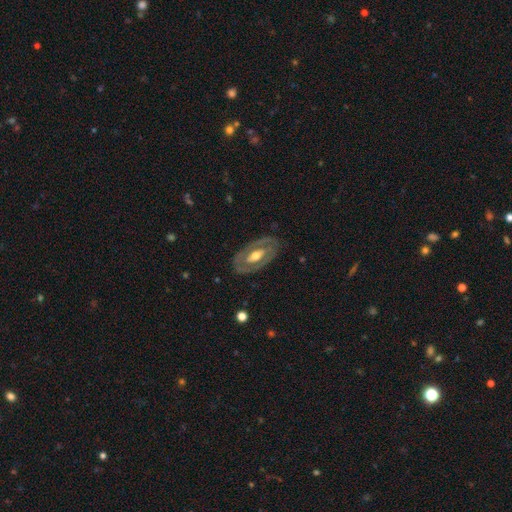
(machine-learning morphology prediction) Smooth or featured: featured or disk — 70% (smooth — 26%)
Edge-on disk: no — 90% (yes — 10%)
Bar: no — 54% (weak — 28%)
Spiral arms: no — 66% (yes — 34%)
Bulge size: moderate — 67% (large — 19%)
Merging: none — 80% (minor disturbance — 14%)